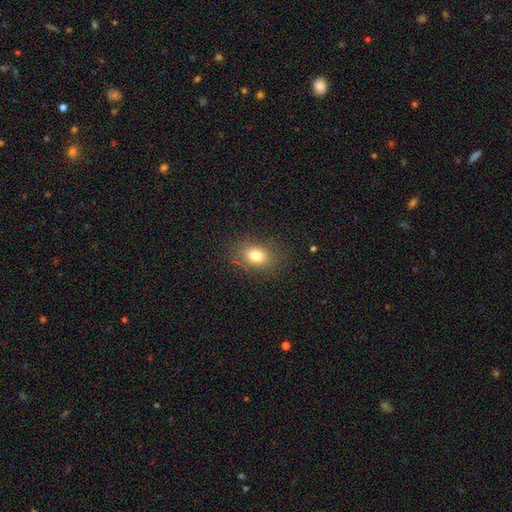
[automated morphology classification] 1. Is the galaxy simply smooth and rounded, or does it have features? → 78% smooth, 13% star or artifact, 9% featured or disk.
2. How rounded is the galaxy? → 62% in between, 37% round, 1% cigar-shaped.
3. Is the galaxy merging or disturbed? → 83% none, 11% minor disturbance, 4% major disturbance, 1% merger.